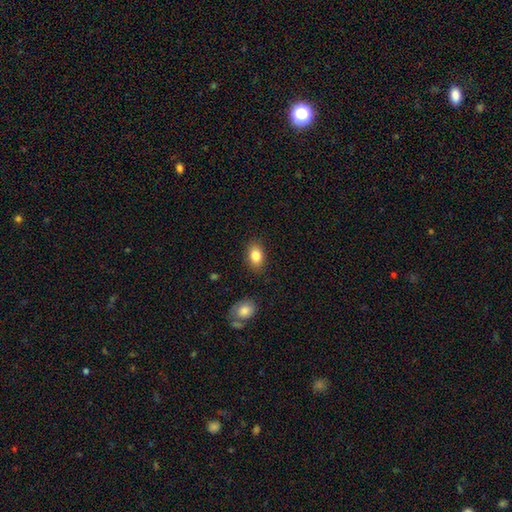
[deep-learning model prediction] Smooth or featured?
  - smooth: 84% *
  - star or artifact: 8%
  - featured or disk: 8%
How rounded?
  - in between: 84% *
  - round: 14%
  - cigar-shaped: 1%
Merging?
  - none: 85% *
  - minor disturbance: 10%
  - major disturbance: 3%
  - merger: 2%